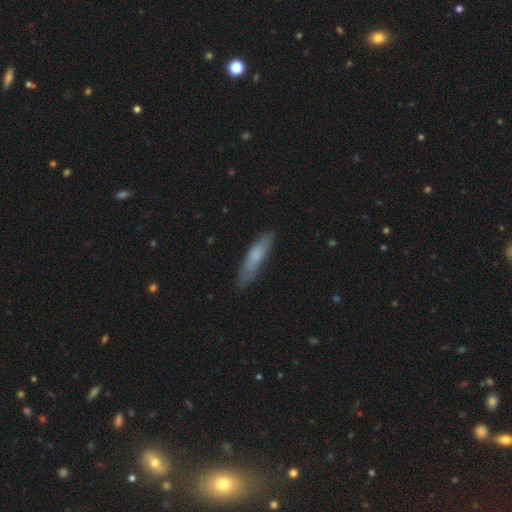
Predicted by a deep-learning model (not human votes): Smooth or featured? smooth (69%)
How rounded? cigar-shaped (77%)
Merging? none (71%)